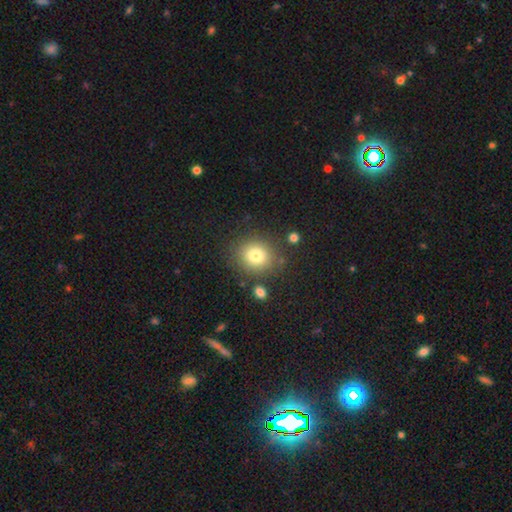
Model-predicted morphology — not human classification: Q: Smooth or featured?
A: smooth (78%); runner-up: star or artifact (12%)
Q: How rounded?
A: round (80%); runner-up: in between (19%)
Q: Merging?
A: none (82%); runner-up: minor disturbance (9%)